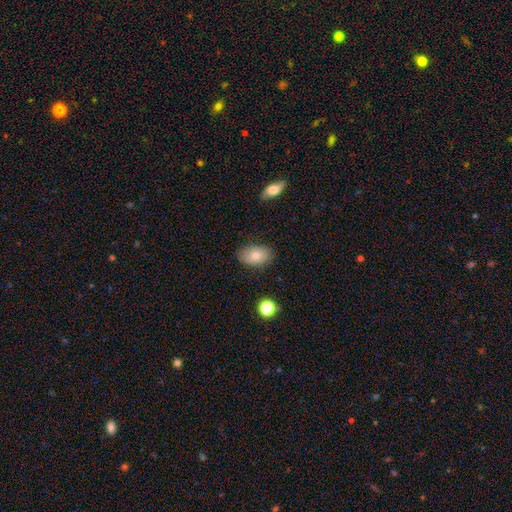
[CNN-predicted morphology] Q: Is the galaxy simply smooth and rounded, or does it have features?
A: smooth — 78%.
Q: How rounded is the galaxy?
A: in between — 90%.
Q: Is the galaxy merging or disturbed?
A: none — 84%.